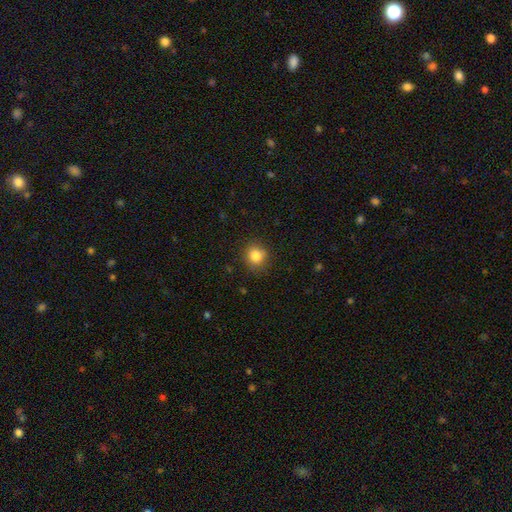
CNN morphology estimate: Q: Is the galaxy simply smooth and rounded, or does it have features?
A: smooth — 84%.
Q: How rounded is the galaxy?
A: round — 83%.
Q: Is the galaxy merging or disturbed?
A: none — 87%.